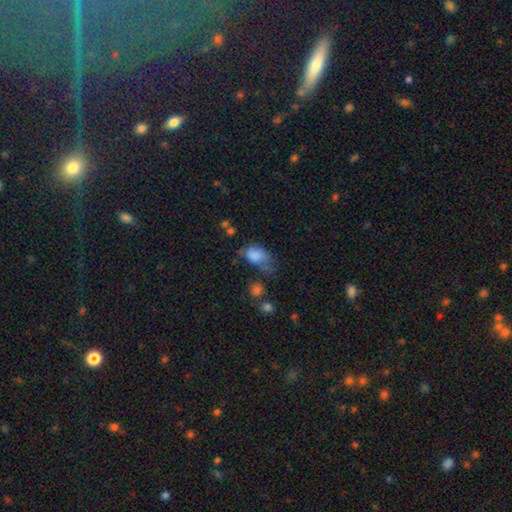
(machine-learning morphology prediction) This is likely a smooth galaxy (77%). How rounded: clearly in between (86%). Merging: marginally major disturbance (34%).